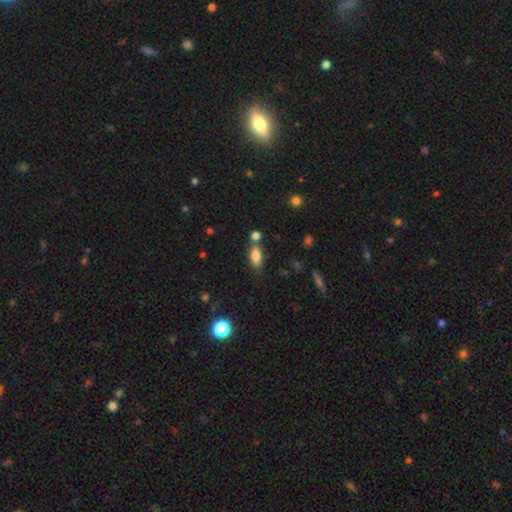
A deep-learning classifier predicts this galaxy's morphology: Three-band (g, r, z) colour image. It shows a smooth galaxy with no disk features (80%) that is in between round and cigar-shaped (82%). Merging: none (65%).